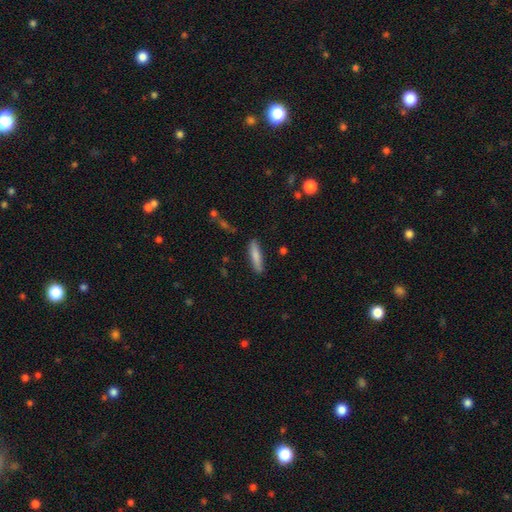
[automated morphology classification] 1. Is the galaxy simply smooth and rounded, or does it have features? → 79% smooth, 15% featured or disk, 6% star or artifact.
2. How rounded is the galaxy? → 80% cigar-shaped, 18% in between, 1% round.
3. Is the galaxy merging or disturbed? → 85% none, 10% minor disturbance, 2% major disturbance, 2% merger.